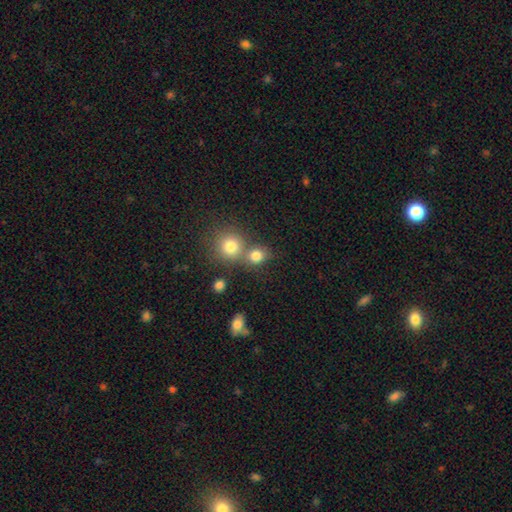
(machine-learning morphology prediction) Q: Smooth or featured?
A: smooth (79%); runner-up: star or artifact (13%)
Q: How rounded?
A: round (73%); runner-up: in between (26%)
Q: Merging?
A: none (51%); runner-up: merger (36%)